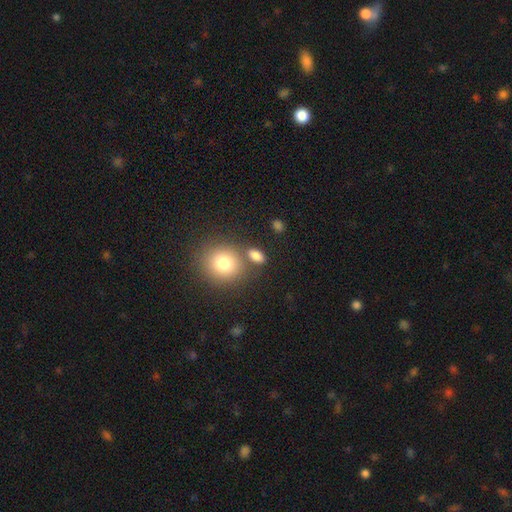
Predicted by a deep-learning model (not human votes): smooth-or-featured: smooth: 82% | star or artifact: 11% | featured or disk: 7%
  how-rounded: in between: 70% | round: 25% | cigar-shaped: 5%
  merging: none: 68% | merger: 15% | minor disturbance: 12% | major disturbance: 5%